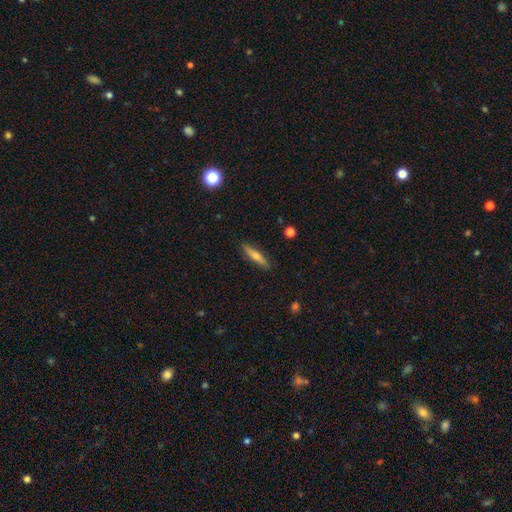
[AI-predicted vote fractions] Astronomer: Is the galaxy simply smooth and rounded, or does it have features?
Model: smooth — 52% (runner-up: featured or disk, 40%).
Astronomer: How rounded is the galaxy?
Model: cigar-shaped — 86%.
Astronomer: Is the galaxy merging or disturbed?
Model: none — 89%.